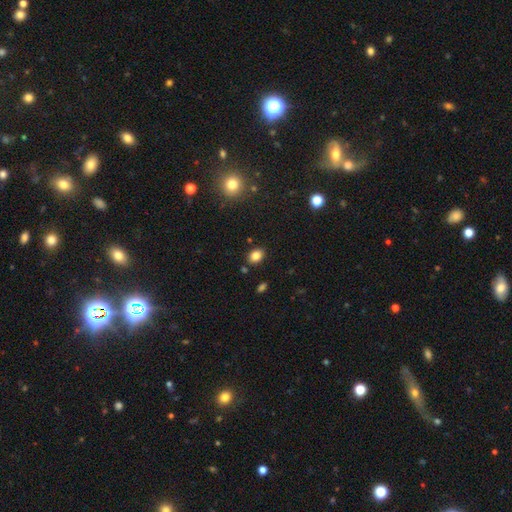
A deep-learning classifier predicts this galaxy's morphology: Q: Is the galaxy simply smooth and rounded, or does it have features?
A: smooth — 83%.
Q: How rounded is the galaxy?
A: in between — 58%.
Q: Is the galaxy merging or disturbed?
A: none — 85%.